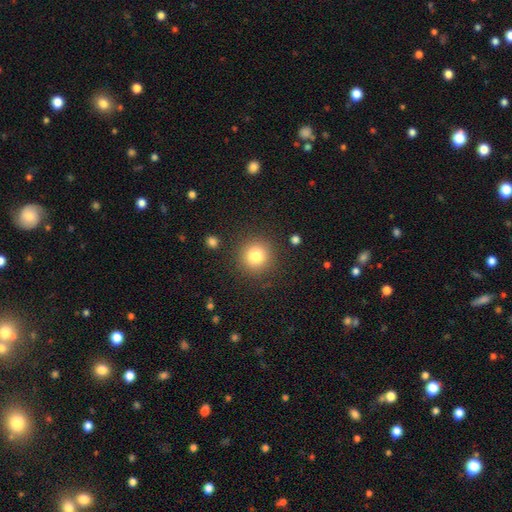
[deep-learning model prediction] This is likely a smooth galaxy (80%). How rounded: clearly round (93%). Merging: clearly none (88%).